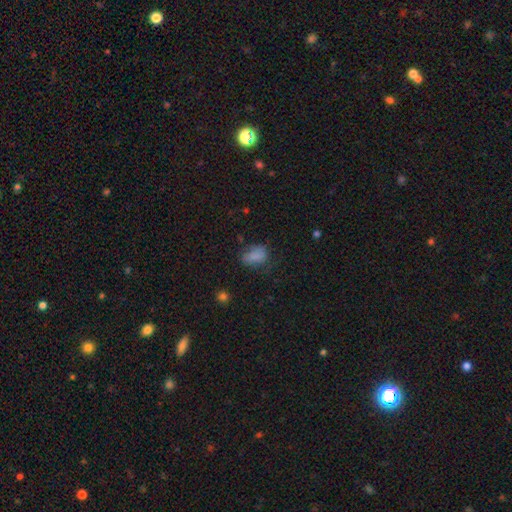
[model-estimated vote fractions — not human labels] Morphology: type=smooth (79%); roundness=in between (84%); merging=none (52%).